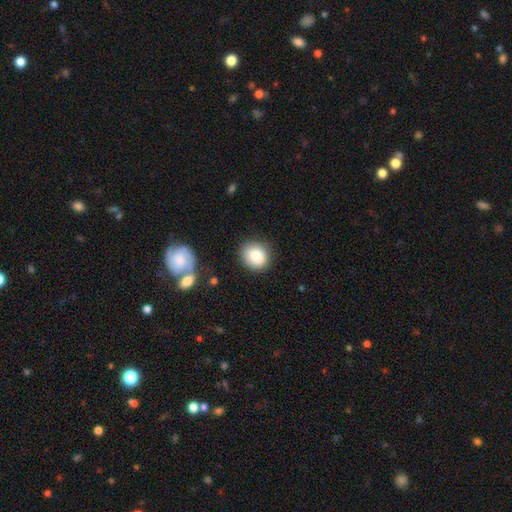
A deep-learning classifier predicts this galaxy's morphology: Smooth or featured? smooth (83%)
How rounded? round (69%)
Merging? none (83%)